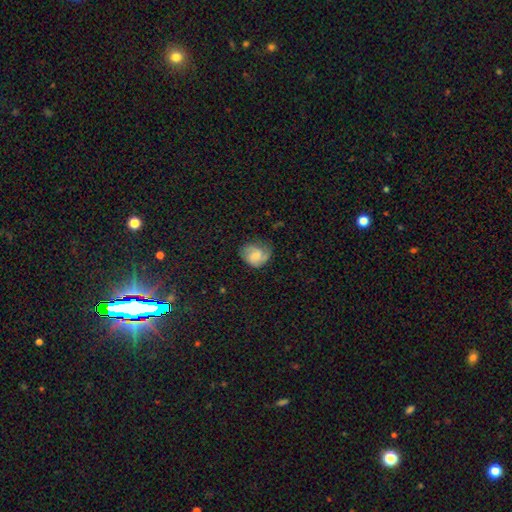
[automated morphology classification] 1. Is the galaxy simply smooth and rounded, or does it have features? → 49% smooth, 43% featured or disk, 8% star or artifact.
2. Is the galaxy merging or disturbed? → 52% none, 30% minor disturbance, 16% major disturbance, 2% merger.